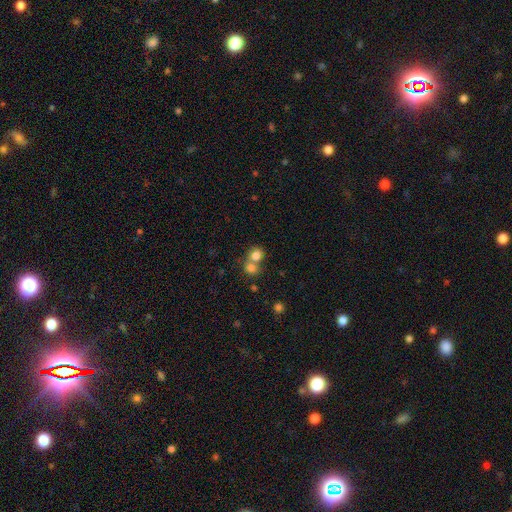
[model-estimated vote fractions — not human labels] A smooth galaxy with no disk features (79%) that is round (83%). Merging: merger (51%).